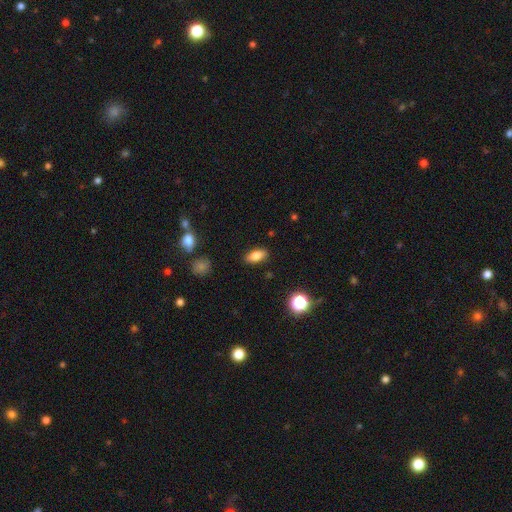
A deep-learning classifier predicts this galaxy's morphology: This is clearly a smooth galaxy (81%). How rounded: clearly in between (87%). Merging: clearly none (88%).